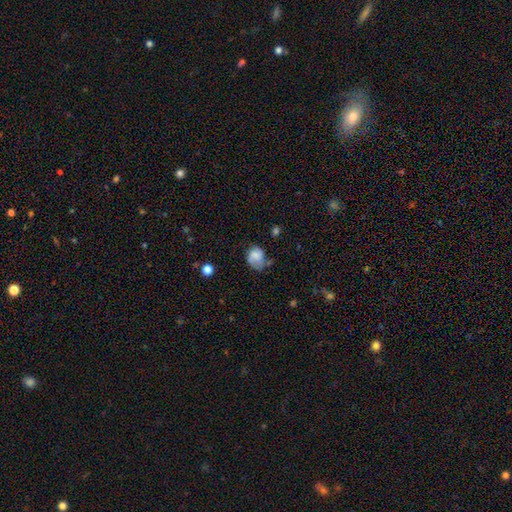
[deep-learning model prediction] A smooth galaxy with no disk features (64%) that is round (52%).

Vote fractions:
- Smooth or featured? smooth: 64% / featured or disk: 27% / star or artifact: 9%
- How rounded? round: 52% / in between: 47% / cigar-shaped: 1%
- Merging? none: 39% / minor disturbance: 34% / major disturbance: 21% / merger: 6%